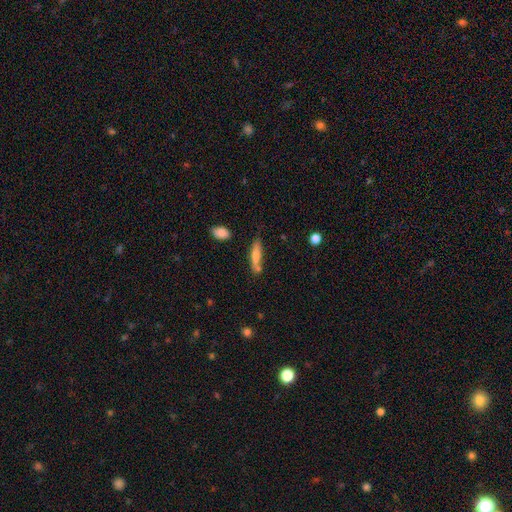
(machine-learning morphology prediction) Q: Smooth or featured?
A: smooth (63%); runner-up: featured or disk (29%)
Q: How rounded?
A: cigar-shaped (72%); runner-up: in between (26%)
Q: Merging?
A: none (64%); runner-up: minor disturbance (19%)